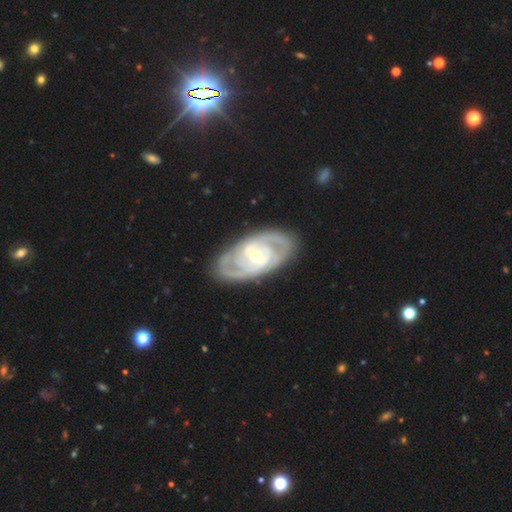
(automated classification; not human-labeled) smooth-or-featured: featured or disk: 88% | smooth: 8% | star or artifact: 4%
  disk-edge-on: no: 95% | yes: 5%
    bar: weak: 45% | no: 28% | strong: 27%
    has-spiral-arms: yes: 95% | no: 5%
      spiral-winding: tight: 61% | medium: 33% | loose: 6%
      spiral-arm-count: 2: 60% | can't tell: 15% | 3: 15% | 4: 4% | 1: 3% | more than 4: 3%
    bulge-size: small: 53% | moderate: 43% | large: 2% | none: 1% | dominant: 1%
  merging: none: 82% | minor disturbance: 13% | major disturbance: 4% | merger: 1%